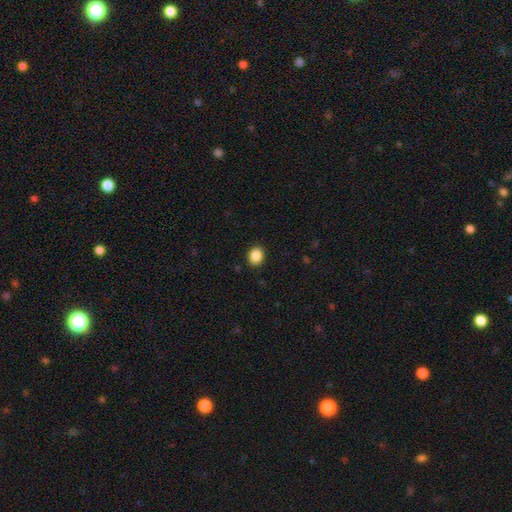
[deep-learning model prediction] The model was most divided on "how rounded": round: 55%, in between: 44%, cigar-shaped: 1%. More confident: merging — none (90%); smooth or featured — smooth (88%).